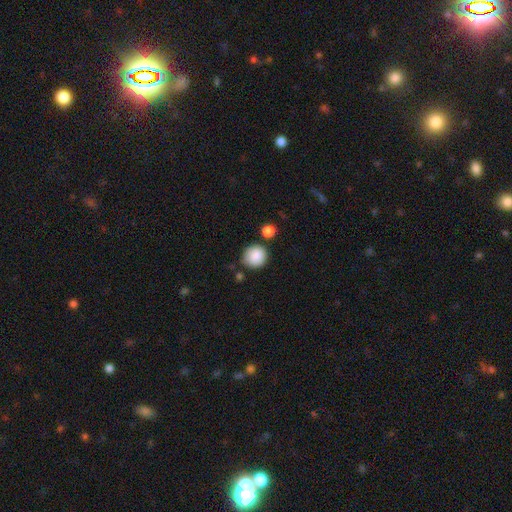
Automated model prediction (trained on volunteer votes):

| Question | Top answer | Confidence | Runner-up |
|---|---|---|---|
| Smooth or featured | smooth | 87% | star or artifact (8%) |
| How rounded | round | 89% | in between (10%) |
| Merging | none | 75% | minor disturbance (15%) |